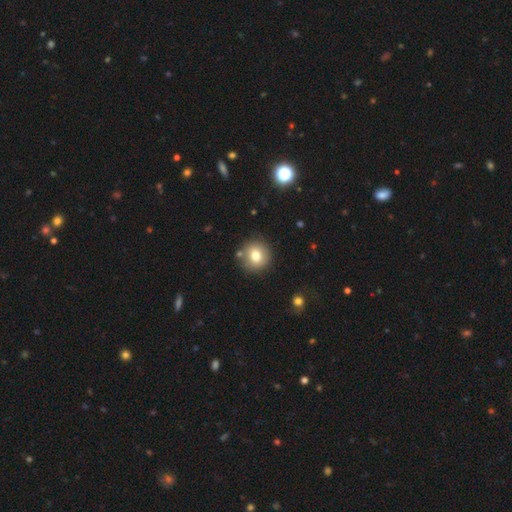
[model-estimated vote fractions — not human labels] This appears to be a smooth galaxy with no disk features (77%) that is round (93%). Merging: none (84%).